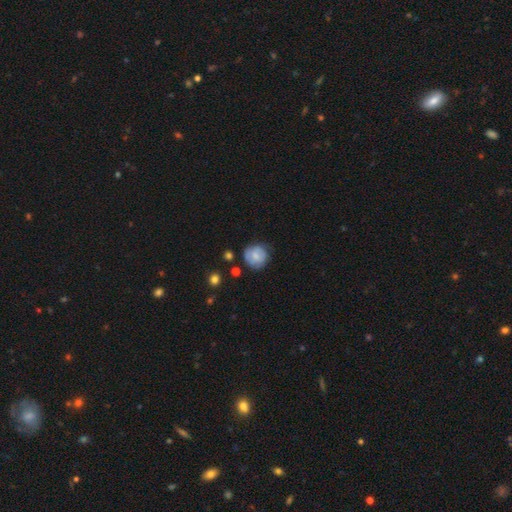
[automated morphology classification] Smooth or featured?
  - smooth: 60% *
  - featured or disk: 32%
  - star or artifact: 8%
How rounded?
  - round: 88% *
  - in between: 12%
  - cigar-shaped: 1%
Merging?
  - none: 70% *
  - minor disturbance: 21%
  - major disturbance: 6%
  - merger: 3%